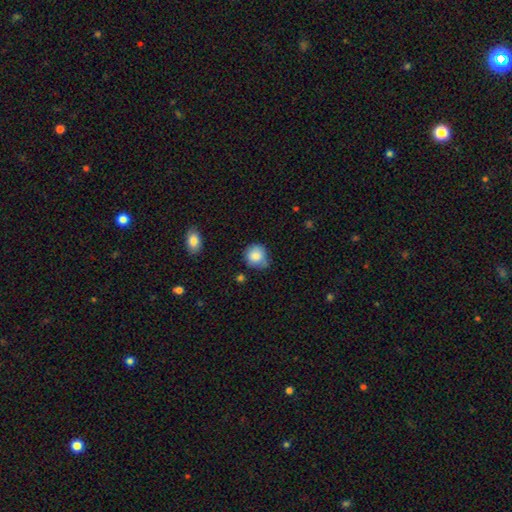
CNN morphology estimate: A smooth galaxy with no disk features (84%) that is round (84%). Merging: none (60%).